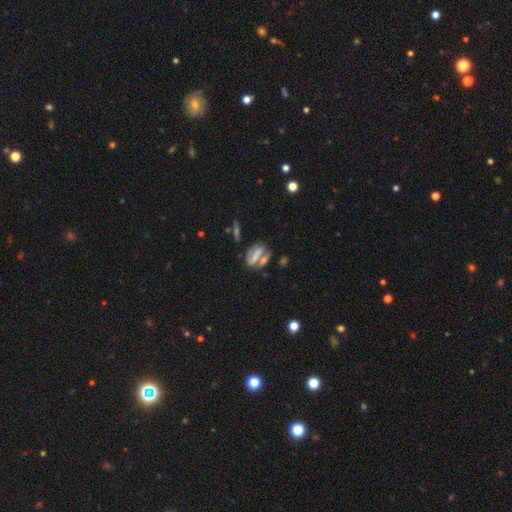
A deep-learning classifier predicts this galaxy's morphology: smooth_or_featured: featured or disk (p=0.45) [alt: smooth p=0.44]
merging: none (p=0.41) [alt: merger p=0.33]